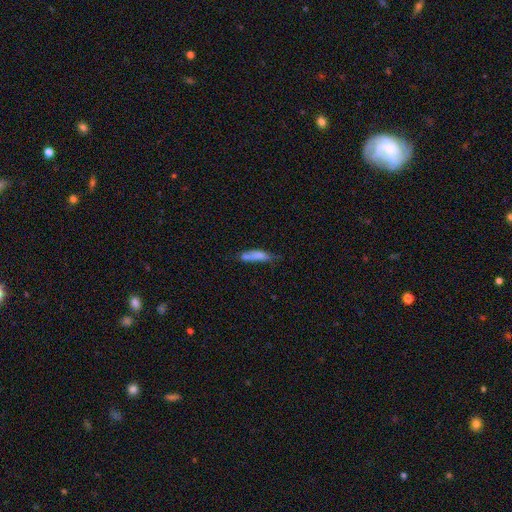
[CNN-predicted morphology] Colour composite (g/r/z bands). It shows a smooth galaxy with no disk features (77%) that is cigar-shaped (67%). Merging: none (44%).